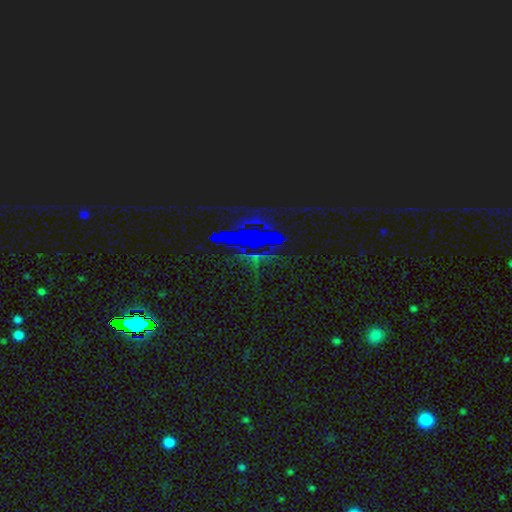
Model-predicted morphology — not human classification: type=star or artifact (73%).